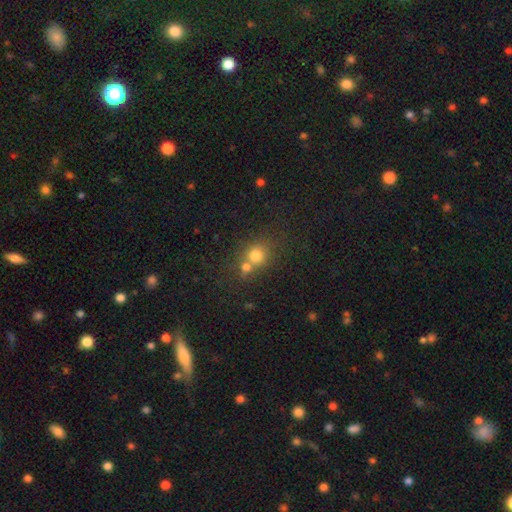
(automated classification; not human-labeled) Smooth or featured?
  - smooth: 75% *
  - star or artifact: 15%
  - featured or disk: 10%
How rounded?
  - round: 81% *
  - in between: 18%
  - cigar-shaped: 1%
Merging?
  - merger: 45% *
  - none: 44%
  - minor disturbance: 7%
  - major disturbance: 3%